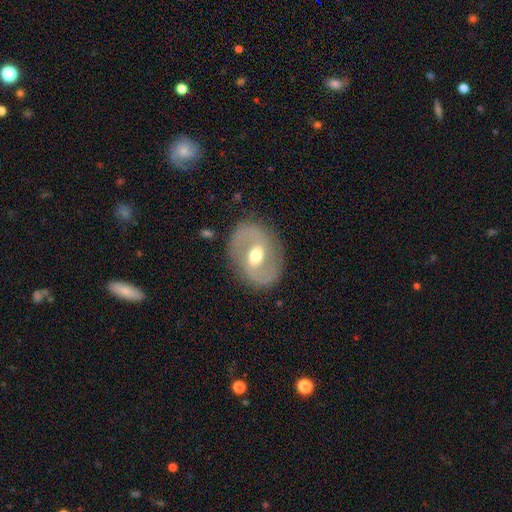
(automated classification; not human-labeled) The model was most divided on "spiral winding": medium: 49%, loose: 32%, tight: 20%. More confident: edge-on disk — no (96%); spiral arm count — 2 (88%); merging — none (82%); smooth or featured — featured or disk (76%); spiral arms — yes (76%); bulge size — moderate (72%); bar — weak (50%).